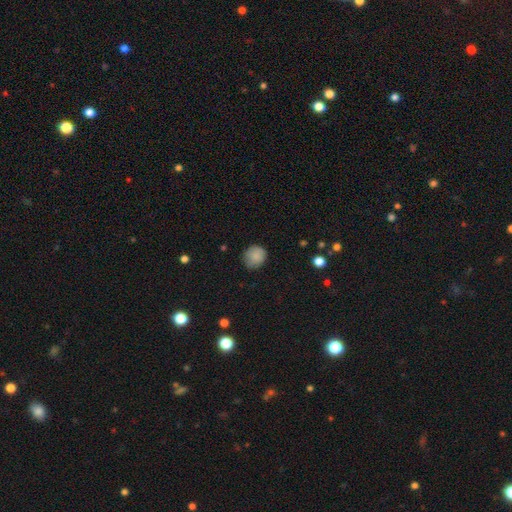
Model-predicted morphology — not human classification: The model was most divided on "merging": none: 77%, minor disturbance: 18%, major disturbance: 4%, merger: 1%. More confident: smooth or featured — smooth (86%); how rounded — round (84%).